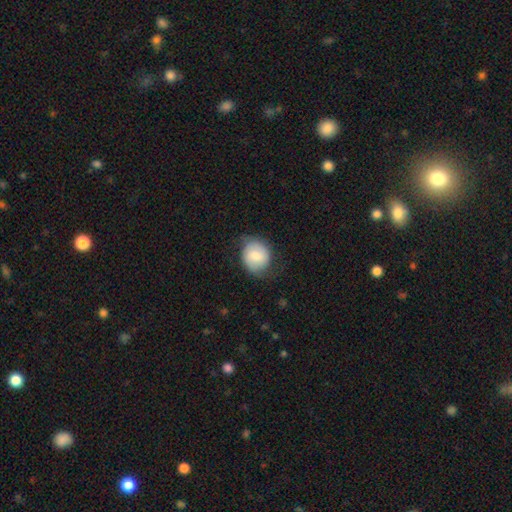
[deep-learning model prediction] smooth_or_featured: smooth (p=0.68) [alt: featured or disk p=0.25]
how_rounded: round (p=0.73) [alt: in between p=0.26]
merging: none (p=0.67) [alt: minor disturbance p=0.23]